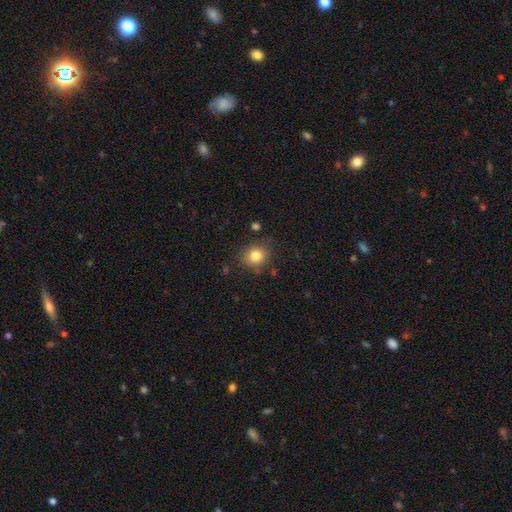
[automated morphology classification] Smooth or featured? smooth (82%)
How rounded? round (68%)
Merging? none (80%)